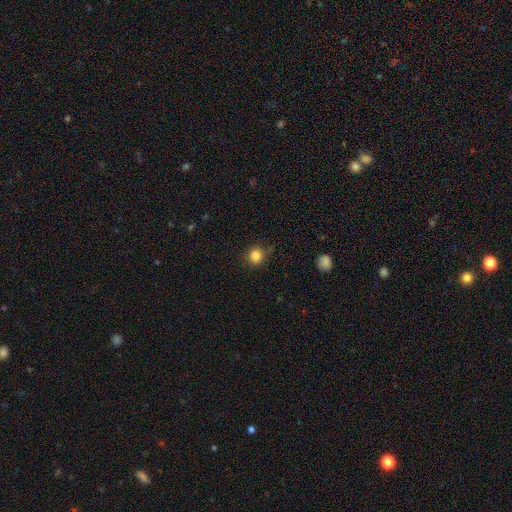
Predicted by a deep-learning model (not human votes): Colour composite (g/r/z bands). It shows a smooth galaxy with no disk features (84%) that is round (91%). Merging: none (86%).